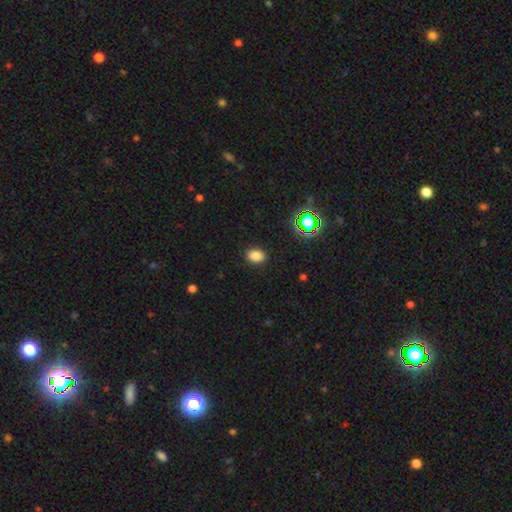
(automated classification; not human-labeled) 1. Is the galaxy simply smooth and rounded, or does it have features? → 81% smooth, 15% star or artifact, 4% featured or disk.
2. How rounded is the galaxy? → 68% in between, 31% round, 1% cigar-shaped.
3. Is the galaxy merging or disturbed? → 88% none, 8% minor disturbance, 3% major disturbance, 1% merger.